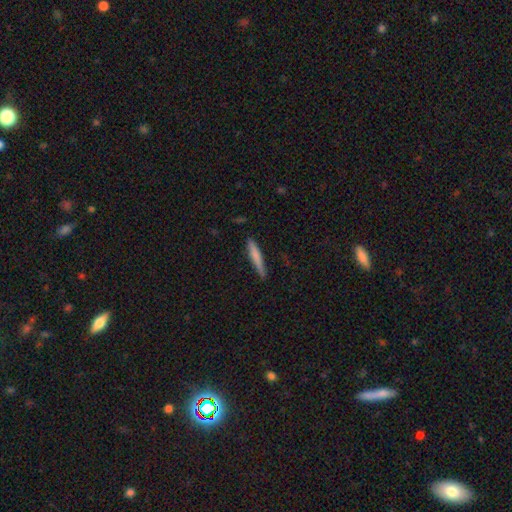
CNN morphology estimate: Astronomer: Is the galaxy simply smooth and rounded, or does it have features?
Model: smooth — 71%.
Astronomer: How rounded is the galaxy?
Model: cigar-shaped — 94%.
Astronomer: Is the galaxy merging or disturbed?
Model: none — 84%.